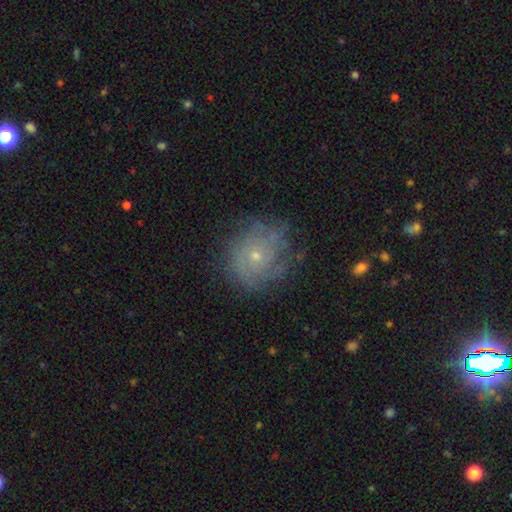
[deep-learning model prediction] smooth-or-featured: featured or disk: 58% | smooth: 30% | star or artifact: 12%
  disk-edge-on: no: 97% | yes: 3%
    bar: no: 88% | weak: 11% | strong: 2%
    has-spiral-arms: yes: 75% | no: 25%
    bulge-size: small: 74% | moderate: 23% | none: 2% | large: 1% | dominant: 1%
  merging: none: 71% | minor disturbance: 18% | major disturbance: 9% | merger: 1%